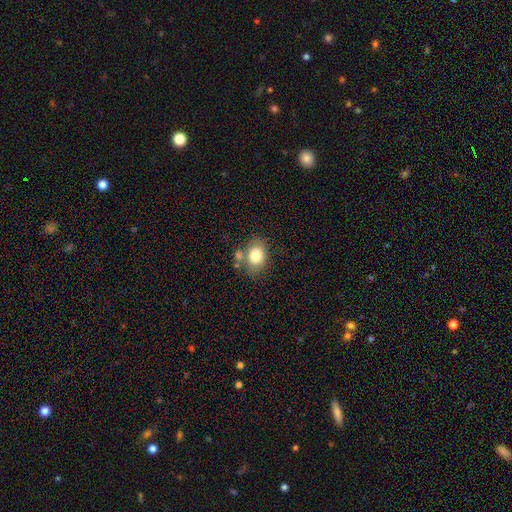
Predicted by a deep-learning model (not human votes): Q: Smooth or featured?
A: smooth (78%); runner-up: featured or disk (13%)
Q: How rounded?
A: in between (67%); runner-up: round (32%)
Q: Merging?
A: none (62%); runner-up: minor disturbance (16%)